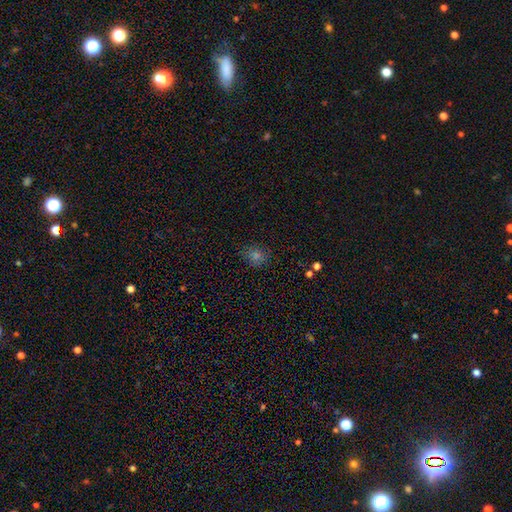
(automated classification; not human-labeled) smooth-or-featured: smooth: 64% | star or artifact: 26% | featured or disk: 10%
  how-rounded: round: 80% | in between: 18% | cigar-shaped: 1%
  merging: none: 83% | minor disturbance: 12% | major disturbance: 3% | merger: 1%